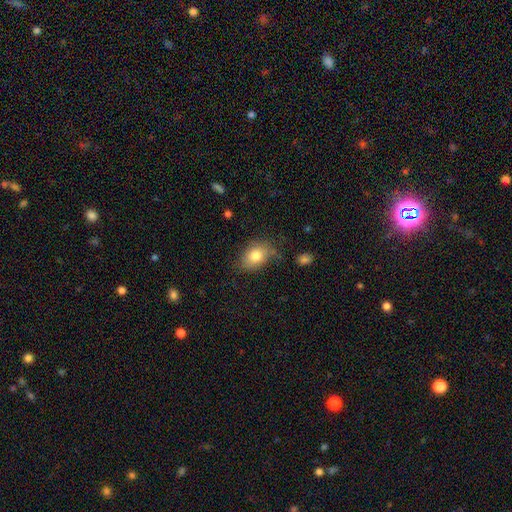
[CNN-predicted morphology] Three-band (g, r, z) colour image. It shows a smooth galaxy with no disk features (79%) that is in between round and cigar-shaped (78%). Merging: none (67%).